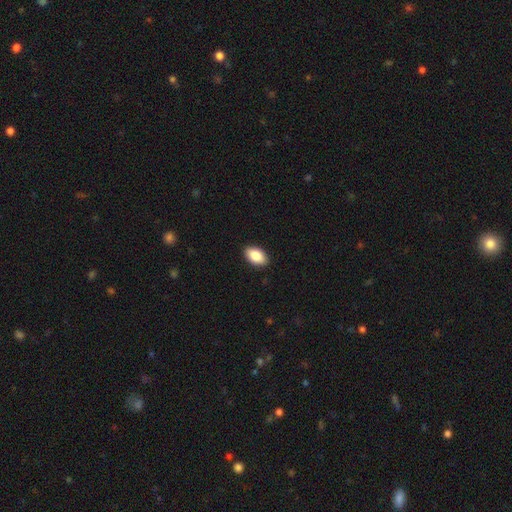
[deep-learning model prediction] smooth_or_featured: smooth (p=0.88) [alt: star or artifact p=0.07]
how_rounded: in between (p=0.93) [alt: round p=0.05]
merging: none (p=0.91) [alt: minor disturbance p=0.07]